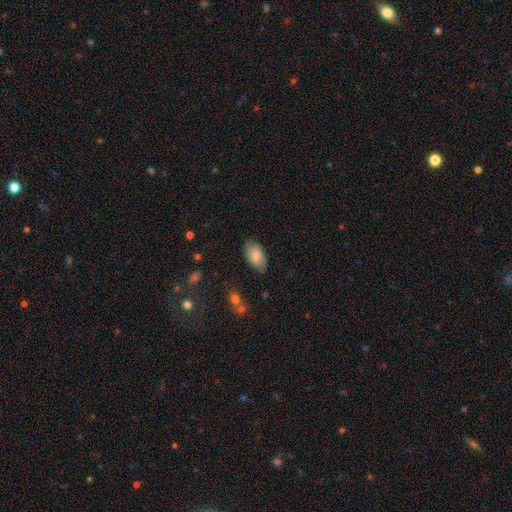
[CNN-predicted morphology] Q: Smooth or featured?
A: smooth (82%); runner-up: featured or disk (12%)
Q: How rounded?
A: in between (94%); runner-up: round (4%)
Q: Merging?
A: none (79%); runner-up: minor disturbance (16%)